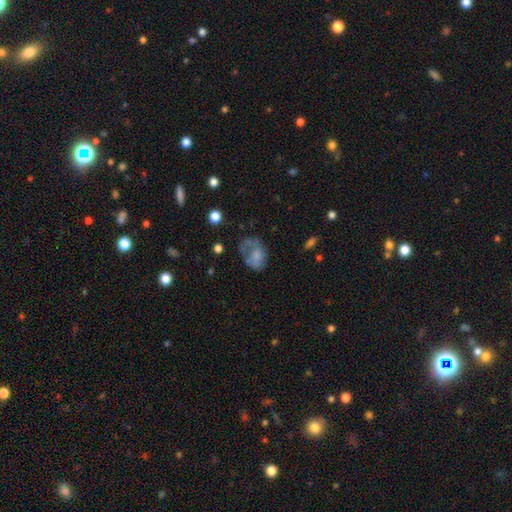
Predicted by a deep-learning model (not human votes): Smooth or featured?
  - smooth: 57% *
  - featured or disk: 32%
  - star or artifact: 11%
How rounded?
  - in between: 73% *
  - round: 26%
  - cigar-shaped: 1%
Merging?
  - major disturbance: 36% *
  - none: 32%
  - minor disturbance: 27%
  - merger: 6%